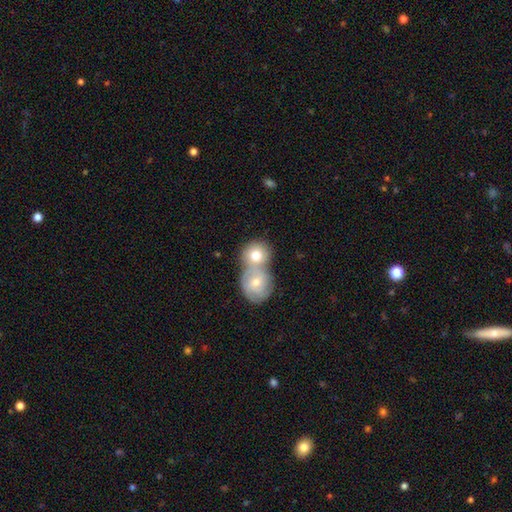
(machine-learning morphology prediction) smooth 72%, featured or disk 21%, star or artifact 7%. Down the decision tree: how rounded — round (81%); merging — merger (62%).